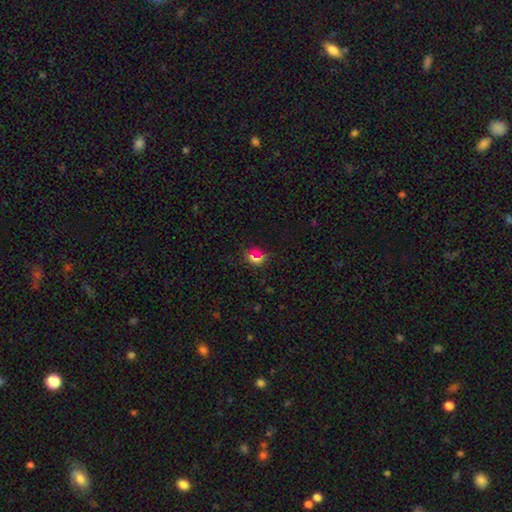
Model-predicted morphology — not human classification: A smooth galaxy with no disk features (59%) that is round (70%).

Vote fractions:
- Smooth or featured? smooth: 59% / star or artifact: 32% / featured or disk: 9%
- How rounded? round: 70% / in between: 27% / cigar-shaped: 3%
- Merging? none: 79% / minor disturbance: 11% / major disturbance: 5% / merger: 5%